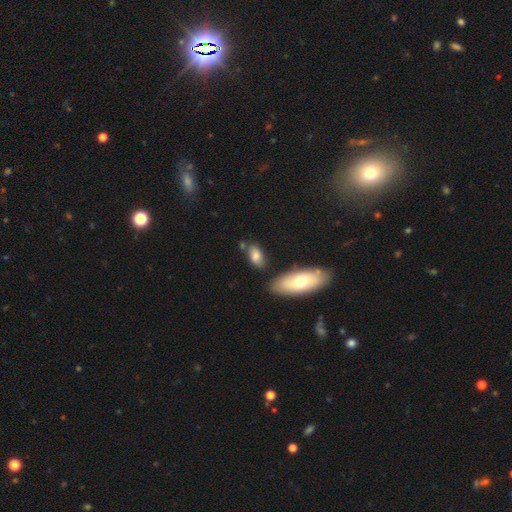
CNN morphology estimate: Smooth or featured: smooth — 77% (featured or disk — 15%)
How rounded: in between — 88% (cigar-shaped — 6%)
Merging: none — 67% (minor disturbance — 17%)